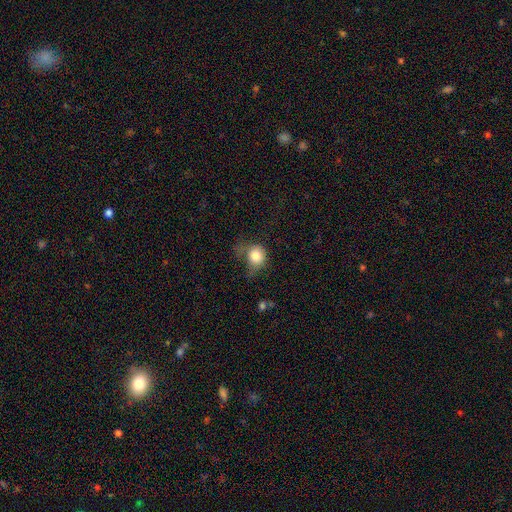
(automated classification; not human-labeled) smooth 80%, featured or disk 10%, star or artifact 10%. Down the decision tree: how rounded — round (72%); merging — minor disturbance (35%).